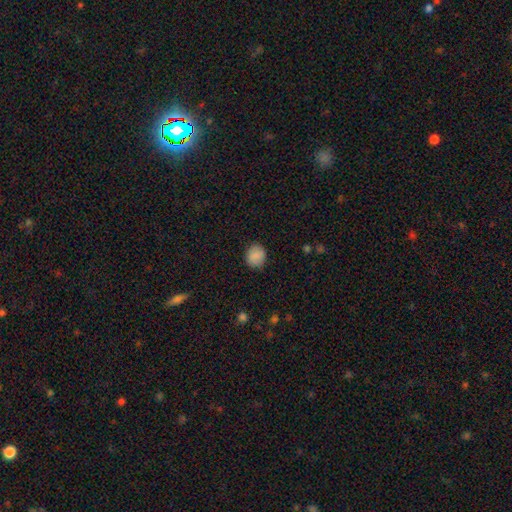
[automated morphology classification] This is clearly a smooth galaxy (87%). How rounded: likely round (79%). Merging: clearly none (87%).